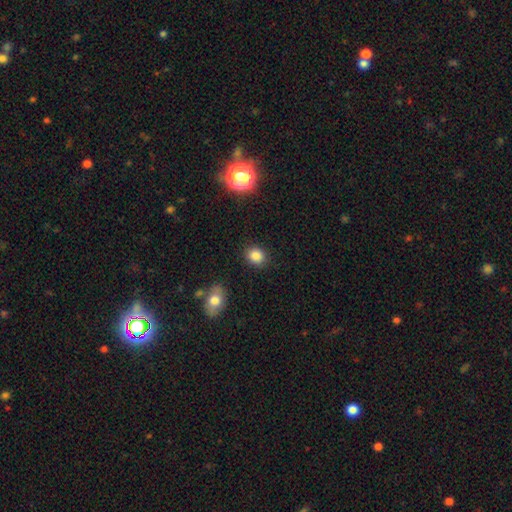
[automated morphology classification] Smooth or featured?
  - smooth: 84% *
  - star or artifact: 11%
  - featured or disk: 5%
How rounded?
  - round: 69% *
  - in between: 30%
  - cigar-shaped: 1%
Merging?
  - none: 87% *
  - minor disturbance: 8%
  - major disturbance: 3%
  - merger: 2%